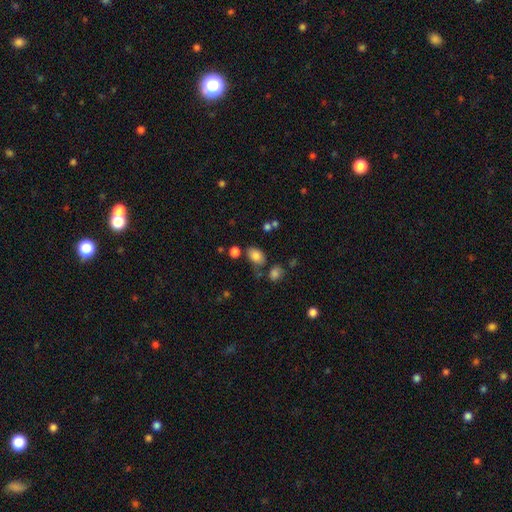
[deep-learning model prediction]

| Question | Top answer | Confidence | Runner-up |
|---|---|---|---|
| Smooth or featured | smooth | 82% | star or artifact (11%) |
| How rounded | in between | 78% | round (20%) |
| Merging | none | 70% | minor disturbance (16%) |